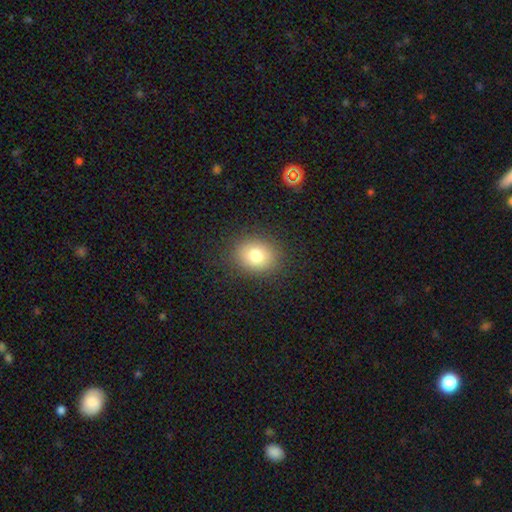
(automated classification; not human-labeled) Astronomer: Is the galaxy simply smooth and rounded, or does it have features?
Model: smooth — 79%.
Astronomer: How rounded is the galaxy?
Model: round — 58% (runner-up: in between, 41%).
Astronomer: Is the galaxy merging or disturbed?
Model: none — 87%.